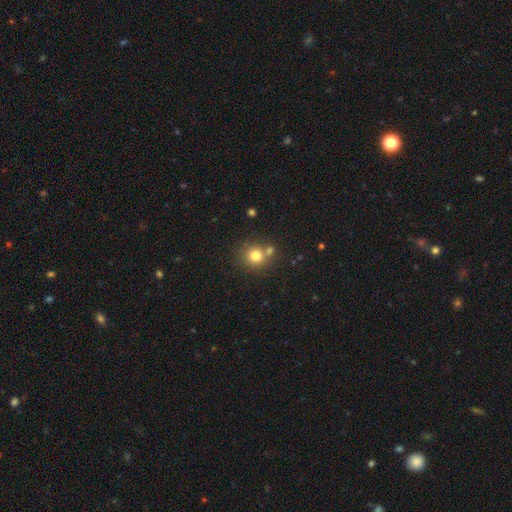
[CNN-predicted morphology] The model was most divided on "merging": none: 66%, merger: 23%, minor disturbance: 9%, major disturbance: 3%. More confident: how rounded — round (88%); smooth or featured — smooth (78%).